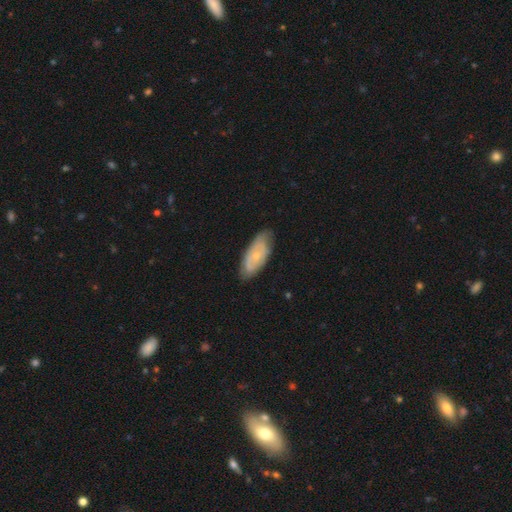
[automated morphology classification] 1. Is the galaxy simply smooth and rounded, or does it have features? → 49% featured or disk, 45% smooth, 6% star or artifact.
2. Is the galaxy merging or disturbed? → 75% none, 20% minor disturbance, 4% major disturbance, 1% merger.